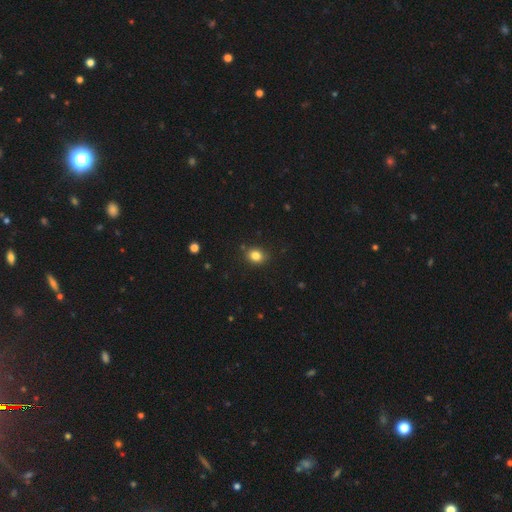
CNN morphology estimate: Overall: smooth (83%). How rounded: round (59%; in between 40%). Merging: none (85%).